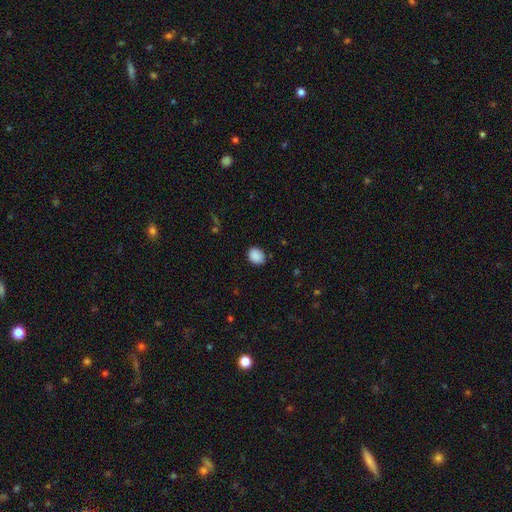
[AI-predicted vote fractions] Smooth or featured: smooth — 89% (star or artifact — 8%)
How rounded: in between — 53% (round — 46%)
Merging: none — 84% (minor disturbance — 12%)